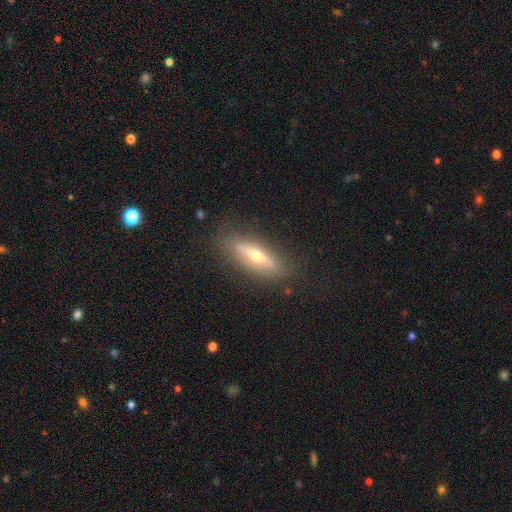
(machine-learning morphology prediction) Smooth or featured? Predicted: featured or disk (p=0.52). Edge-on disk? Predicted: yes (p=0.75). Merging? Predicted: none (p=0.83).